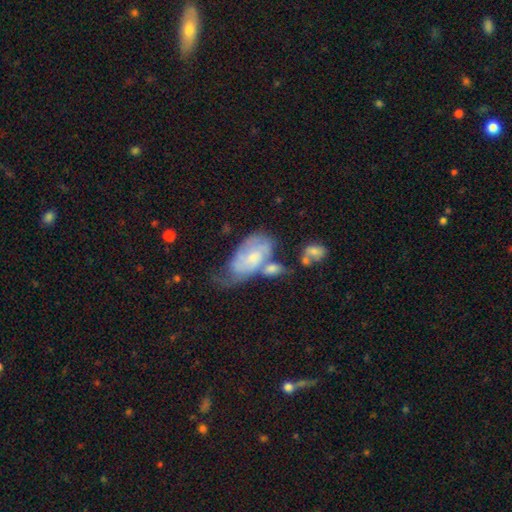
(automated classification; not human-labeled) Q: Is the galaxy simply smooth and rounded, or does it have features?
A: featured or disk — 60%.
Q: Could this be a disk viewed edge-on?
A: no — 94%.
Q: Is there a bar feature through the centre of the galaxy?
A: no — 67%.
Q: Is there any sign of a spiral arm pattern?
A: yes — 77%.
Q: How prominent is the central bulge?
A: small — 51%.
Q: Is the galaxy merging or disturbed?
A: merger — 31%.